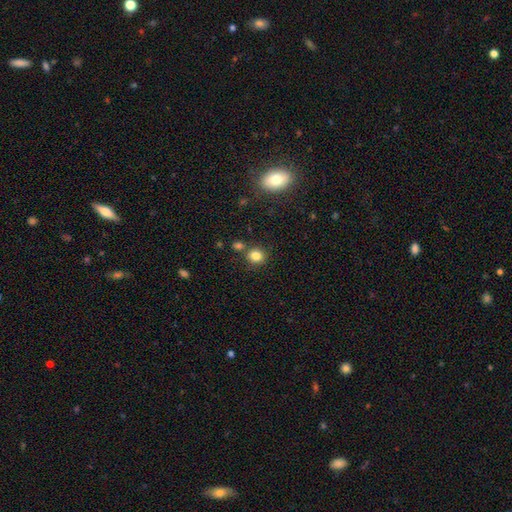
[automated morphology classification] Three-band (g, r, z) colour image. It shows a smooth galaxy with no disk features (82%) that is round (84%). Merging: none (75%).